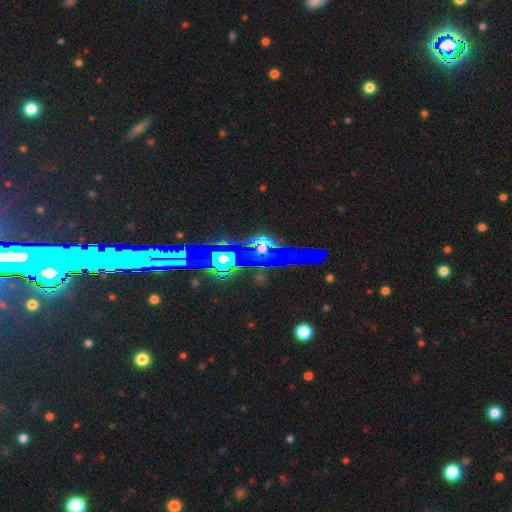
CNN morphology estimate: Smooth or featured? star or artifact (47%)